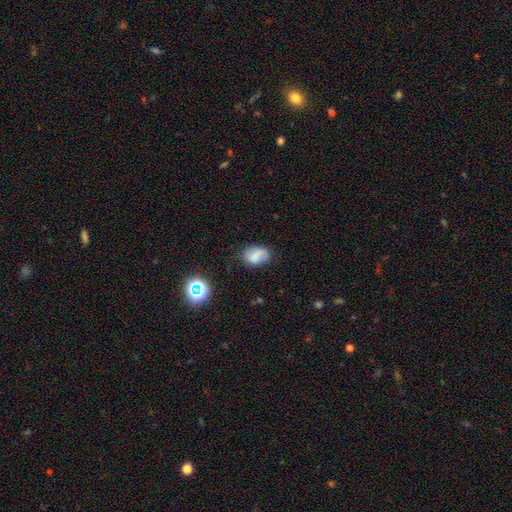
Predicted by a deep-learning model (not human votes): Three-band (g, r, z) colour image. It shows a smooth galaxy with no disk features (73%) that is in between round and cigar-shaped (78%). Merging: none (65%).